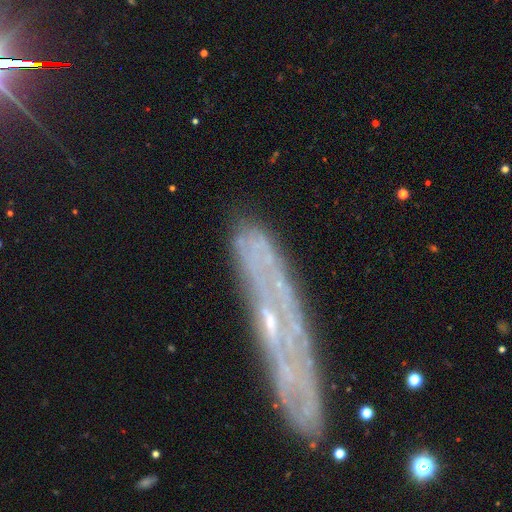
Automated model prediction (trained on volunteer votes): Smooth or featured?
  - featured or disk: 56% *
  - smooth: 27%
  - star or artifact: 17%
Edge-on disk?
  - no: 65% *
  - yes: 35%
Merging?
  - none: 54% *
  - minor disturbance: 21%
  - major disturbance: 15%
  - merger: 10%